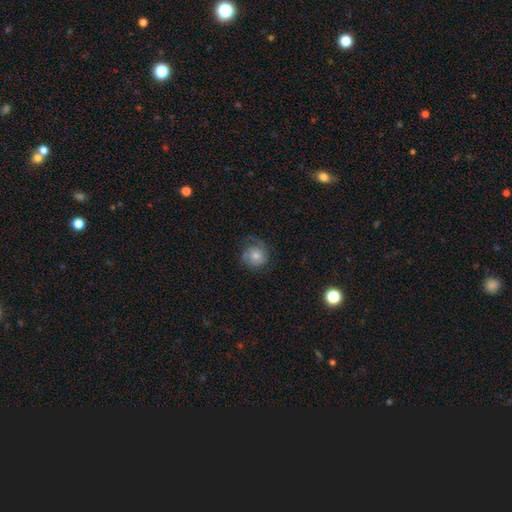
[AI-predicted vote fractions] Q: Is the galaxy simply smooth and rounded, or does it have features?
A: smooth — 57%.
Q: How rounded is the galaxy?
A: round — 86%.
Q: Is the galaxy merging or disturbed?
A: none — 57%.